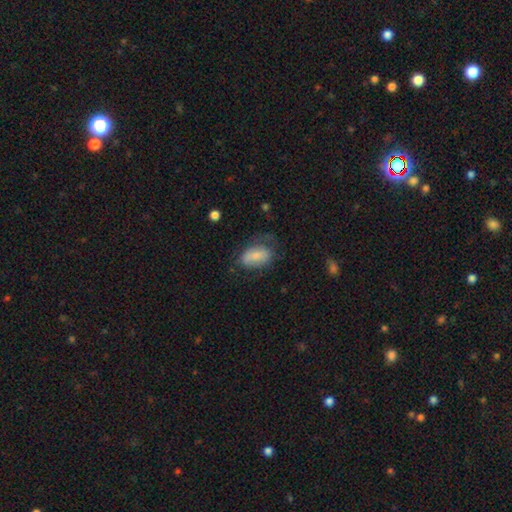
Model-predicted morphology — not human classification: Smooth or featured? smooth (69%)
How rounded? in between (90%)
Merging? none (48%)